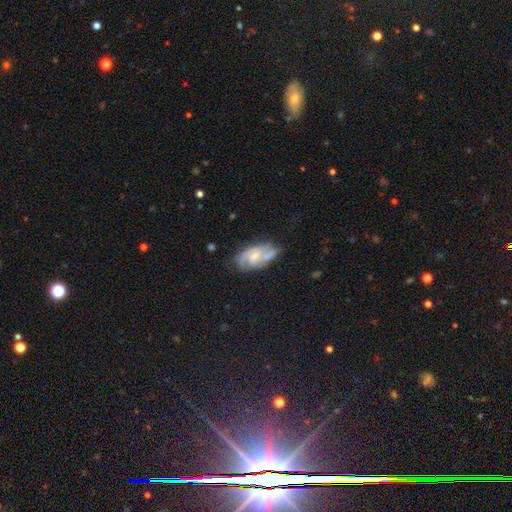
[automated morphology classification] featured or disk 74%, smooth 20%, star or artifact 7%. Down the decision tree: edge-on disk — no (96%); bar — no (58%); spiral arms — yes (92%); spiral arm count — 2 (44%); spiral winding — medium (47%); bulge size — small (57%); merging — none (65%).